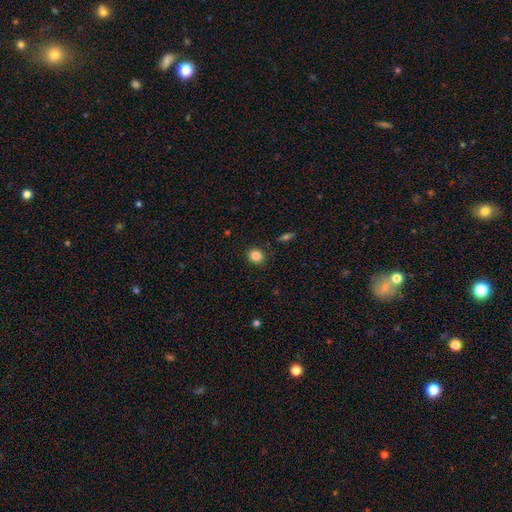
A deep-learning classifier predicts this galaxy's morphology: smooth_or_featured: smooth (p=0.84) [alt: star or artifact p=0.10]
how_rounded: round (p=0.70) [alt: in between p=0.29]
merging: none (p=0.89) [alt: minor disturbance p=0.07]